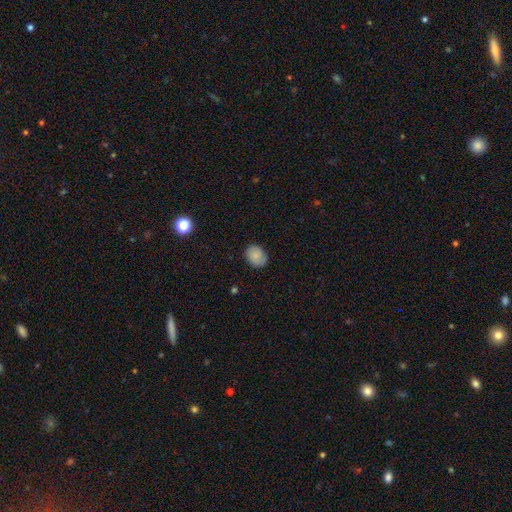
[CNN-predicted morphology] smooth 77%, featured or disk 14%, star or artifact 8%. Down the decision tree: how rounded — in between (54%); merging — none (80%).